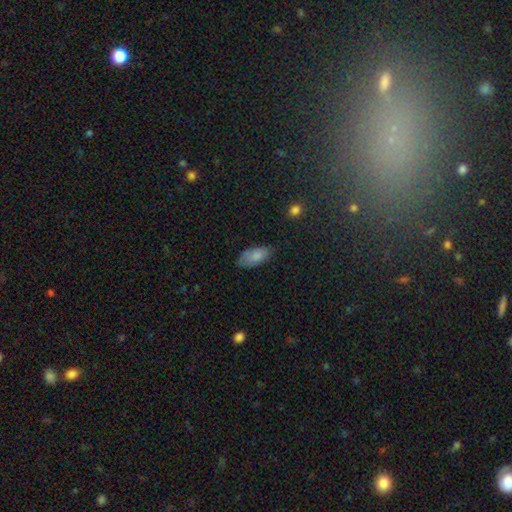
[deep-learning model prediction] Q: Smooth or featured?
A: smooth (82%); runner-up: featured or disk (11%)
Q: How rounded?
A: in between (93%); runner-up: cigar-shaped (5%)
Q: Merging?
A: none (70%); runner-up: minor disturbance (23%)